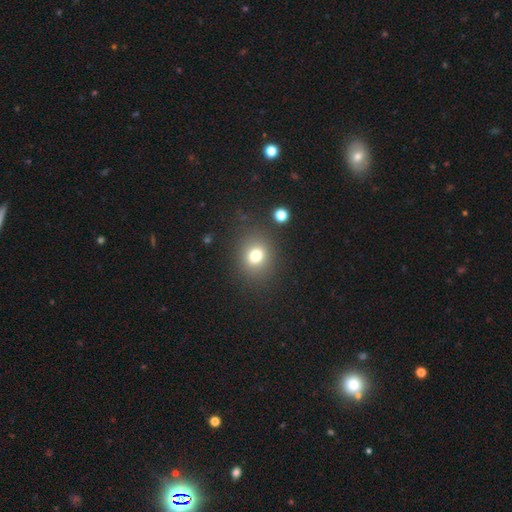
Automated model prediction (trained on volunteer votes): smooth-or-featured: smooth: 76% | star or artifact: 15% | featured or disk: 9%
  how-rounded: round: 68% | in between: 31% | cigar-shaped: 1%
  merging: none: 83% | minor disturbance: 9% | major disturbance: 5% | merger: 3%